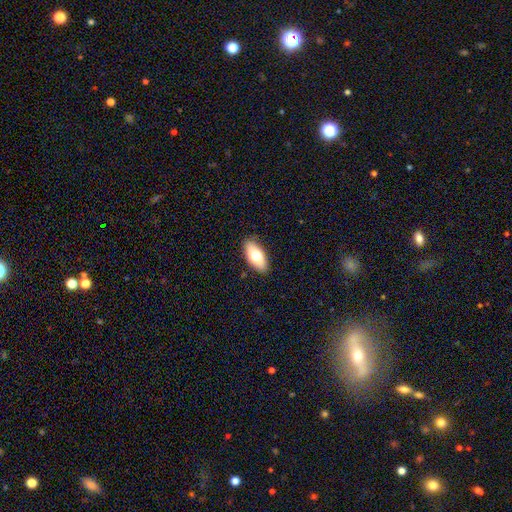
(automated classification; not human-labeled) Morphology: type=smooth (73%); roundness=in between (89%); merging=none (88%).